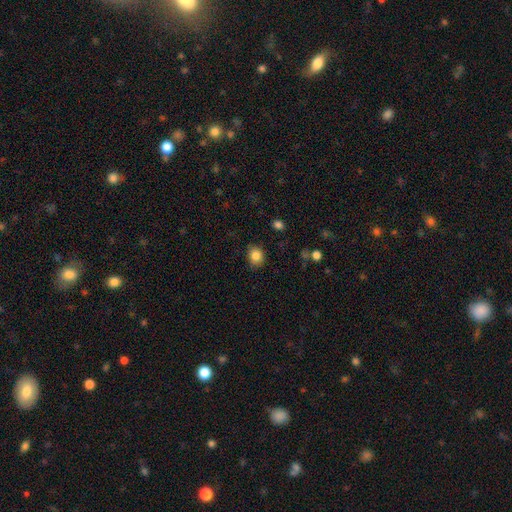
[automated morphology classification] This appears to be a smooth galaxy with no disk features (84%) that is round (63%). Merging: none (84%).